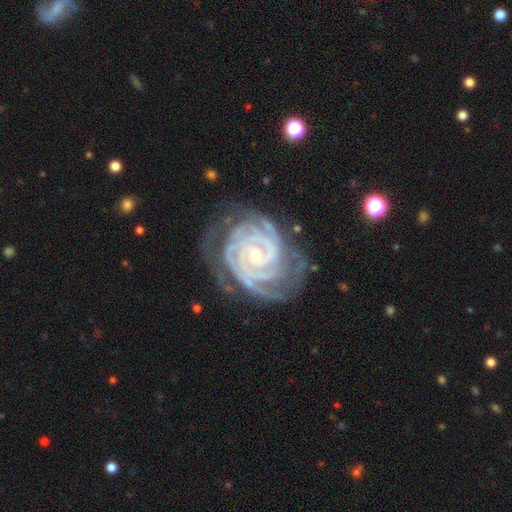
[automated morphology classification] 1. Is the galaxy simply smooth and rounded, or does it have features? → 93% featured or disk, 4% star or artifact, 3% smooth.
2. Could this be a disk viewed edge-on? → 98% no, 2% yes.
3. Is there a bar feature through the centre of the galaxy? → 58% no, 29% weak, 13% strong.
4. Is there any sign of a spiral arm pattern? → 99% yes, 1% no.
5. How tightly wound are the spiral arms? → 85% tight, 13% medium, 2% loose.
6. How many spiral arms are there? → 25% 3, 23% 4, 22% 2, 15% can't tell, 9% more than 4, 7% 1.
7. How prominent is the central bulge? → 72% small, 24% moderate, 1% none, 1% large, 1% dominant.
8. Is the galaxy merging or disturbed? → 70% none, 20% minor disturbance, 8% major disturbance, 2% merger.